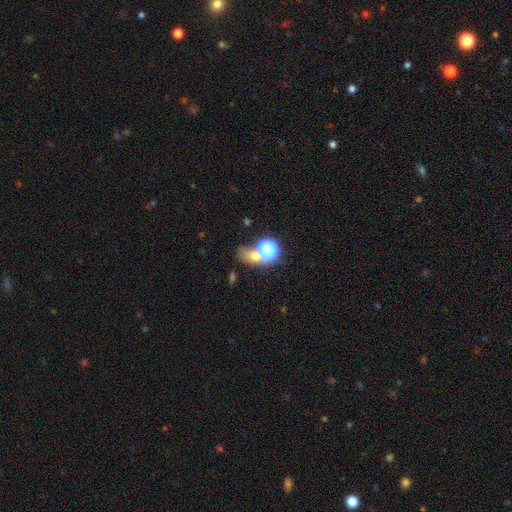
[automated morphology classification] The model was most divided on "merging": none: 43%, merger: 35%, minor disturbance: 12%, major disturbance: 10%. More confident: how rounded — round (56%); smooth or featured — smooth (55%).